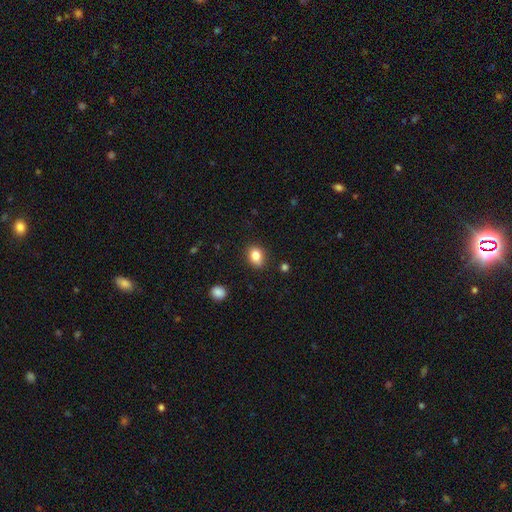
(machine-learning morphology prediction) type=smooth (83%); roundness=in between (62%); merging=none (79%).